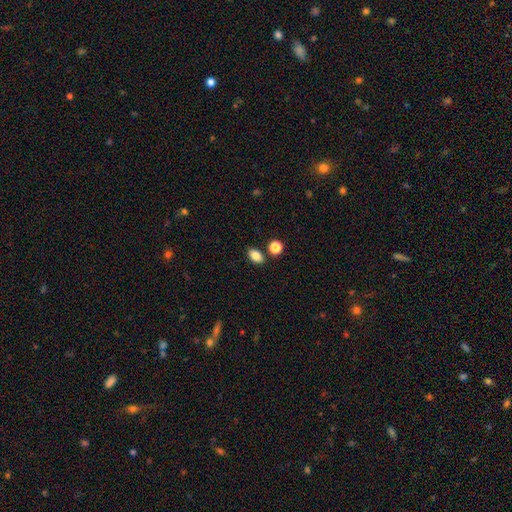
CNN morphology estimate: Smooth or featured? smooth (84%)
How rounded? in between (84%)
Merging? none (81%)